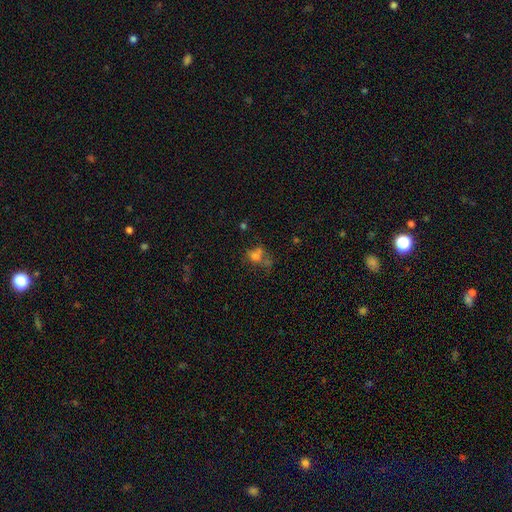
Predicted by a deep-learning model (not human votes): This is possibly a smooth galaxy (58%). How rounded: possibly round (55%). Merging: marginally none (33%).